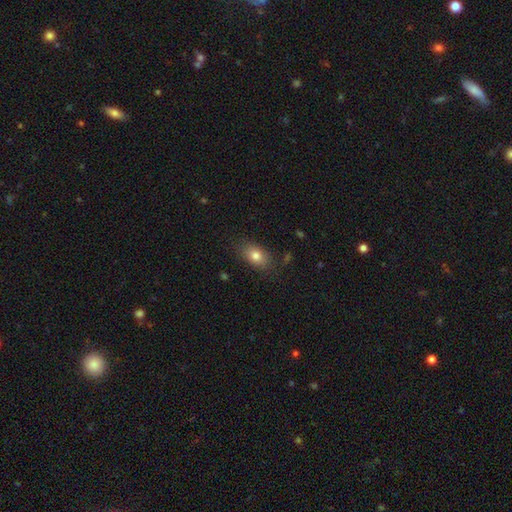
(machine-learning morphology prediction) smooth-or-featured: smooth: 79% | featured or disk: 12% | star or artifact: 9%
  how-rounded: in between: 84% | round: 14% | cigar-shaped: 3%
  merging: none: 81% | minor disturbance: 14% | major disturbance: 4% | merger: 2%